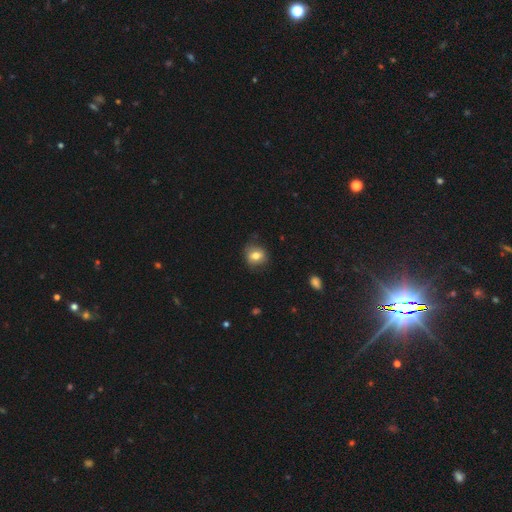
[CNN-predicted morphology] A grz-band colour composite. It shows a smooth galaxy with no disk features (75%) that is round (66%). Merging: none (77%).